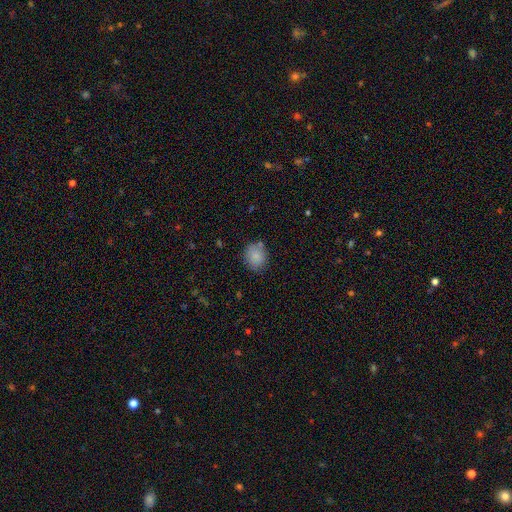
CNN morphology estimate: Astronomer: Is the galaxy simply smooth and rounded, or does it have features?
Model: smooth — 85%.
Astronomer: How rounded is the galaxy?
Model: round — 61% (runner-up: in between, 38%).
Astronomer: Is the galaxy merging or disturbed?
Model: none — 76%.